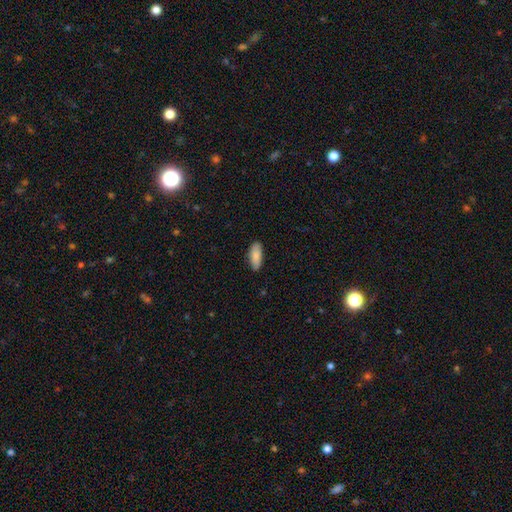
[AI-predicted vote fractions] Morphology: type=smooth (85%); roundness=in between (81%); merging=none (86%).